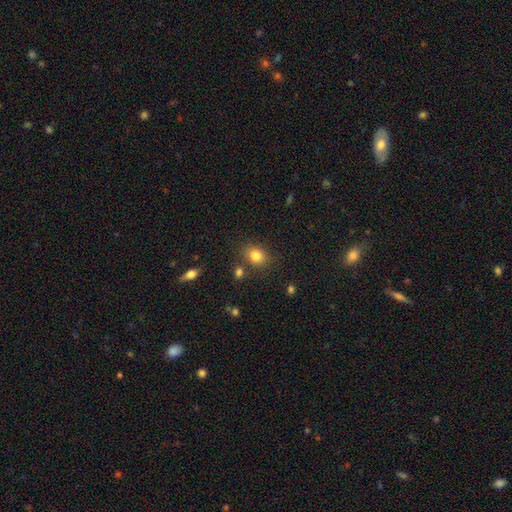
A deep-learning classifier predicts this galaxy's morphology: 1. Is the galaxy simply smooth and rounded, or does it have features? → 82% smooth, 11% star or artifact, 7% featured or disk.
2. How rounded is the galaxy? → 50% round, 49% in between, 1% cigar-shaped.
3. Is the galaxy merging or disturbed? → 77% none, 12% minor disturbance, 7% merger, 4% major disturbance.